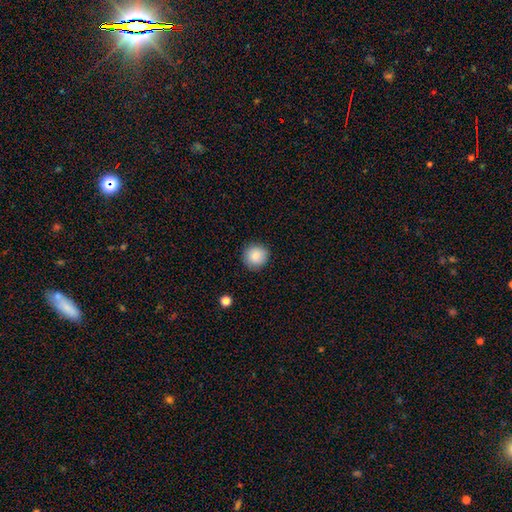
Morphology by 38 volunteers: A smooth galaxy with no disk features (87%) that is round (100%). Merging: none (97%).